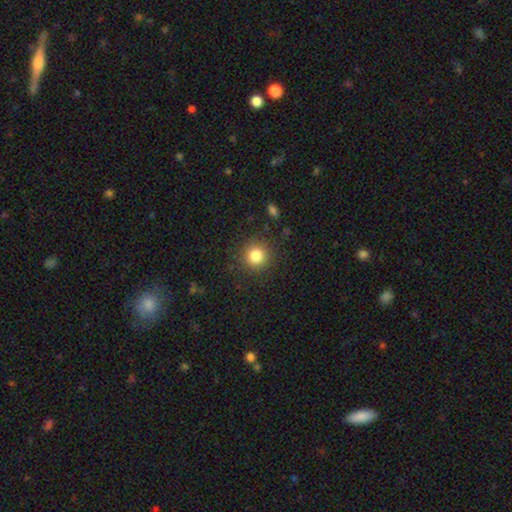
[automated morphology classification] A smooth galaxy with no disk features (82%) that is round (93%). Merging: none (89%).